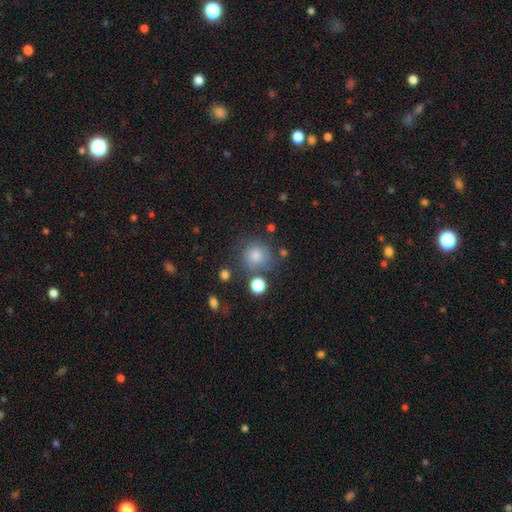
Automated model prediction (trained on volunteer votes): A smooth galaxy with no disk features (70%) that is round (90%). Merging: none (74%).